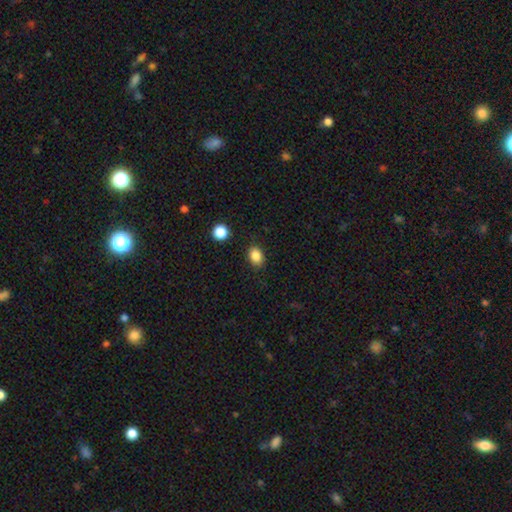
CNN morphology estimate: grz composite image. It shows a smooth galaxy with no disk features (85%) that is in between round and cigar-shaped (68%). Merging: none (86%).